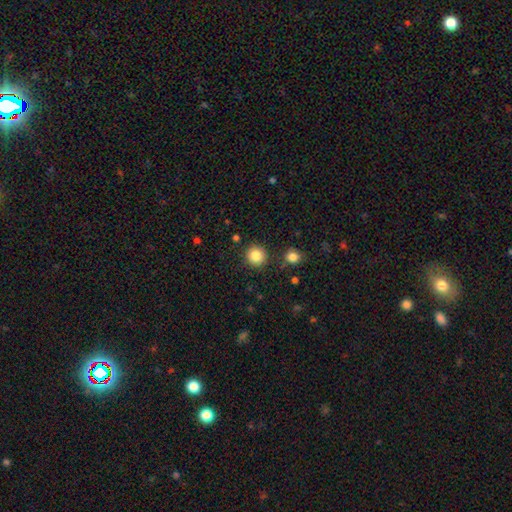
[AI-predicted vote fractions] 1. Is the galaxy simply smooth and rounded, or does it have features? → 85% smooth, 10% star or artifact, 5% featured or disk.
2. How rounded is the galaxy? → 94% round, 5% in between, 1% cigar-shaped.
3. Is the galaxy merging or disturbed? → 89% none, 6% minor disturbance, 3% merger, 2% major disturbance.